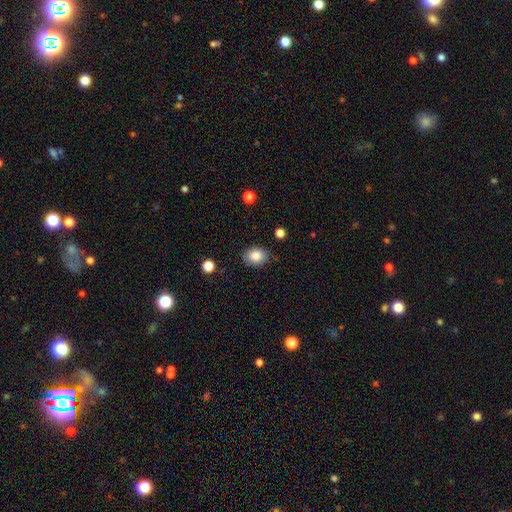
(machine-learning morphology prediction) Q: Smooth or featured?
A: smooth (84%); runner-up: star or artifact (9%)
Q: How rounded?
A: in between (55%); runner-up: round (44%)
Q: Merging?
A: none (83%); runner-up: minor disturbance (12%)